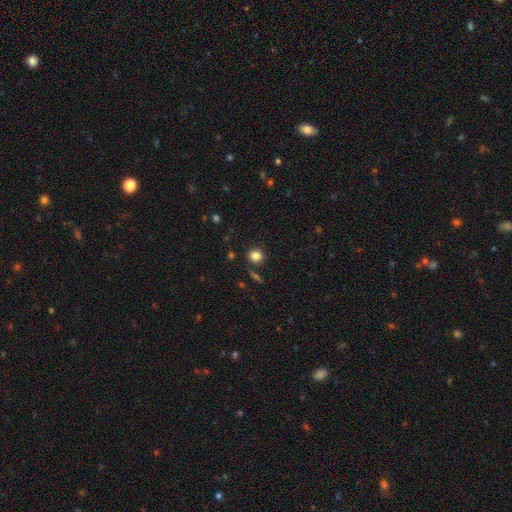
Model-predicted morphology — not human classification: smooth 82%, star or artifact 12%, featured or disk 6%. Down the decision tree: how rounded — round (84%); merging — none (84%).